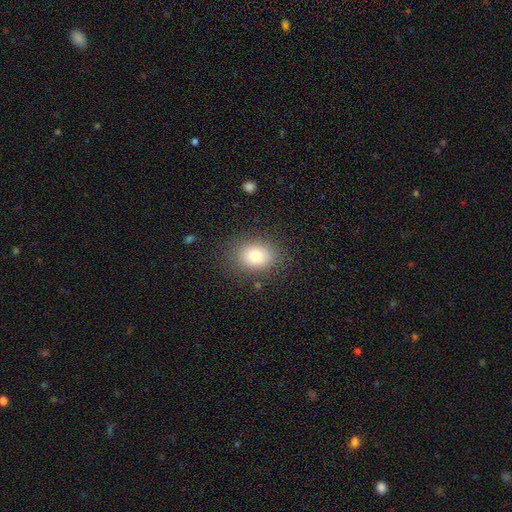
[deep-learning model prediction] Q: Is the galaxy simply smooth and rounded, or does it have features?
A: smooth — 78%.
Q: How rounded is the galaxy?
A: round — 50%.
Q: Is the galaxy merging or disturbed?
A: none — 83%.